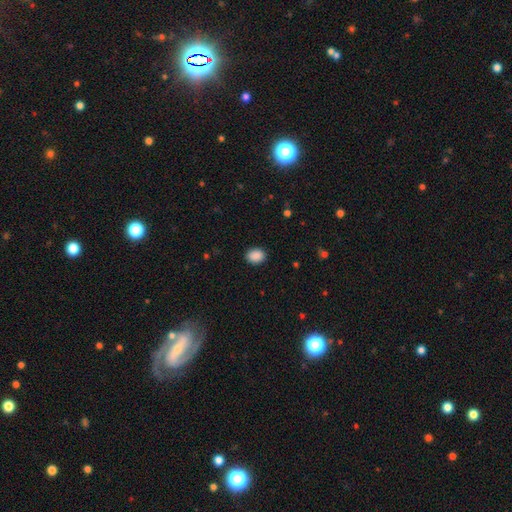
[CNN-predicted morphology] Q: Smooth or featured?
A: smooth (89%); runner-up: star or artifact (8%)
Q: How rounded?
A: in between (57%); runner-up: round (42%)
Q: Merging?
A: none (89%); runner-up: minor disturbance (8%)